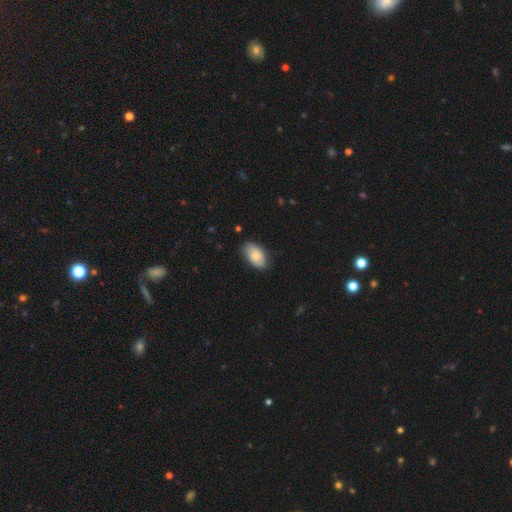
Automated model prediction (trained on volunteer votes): This is likely a smooth galaxy (79%). How rounded: clearly in between (94%). Merging: likely none (78%).